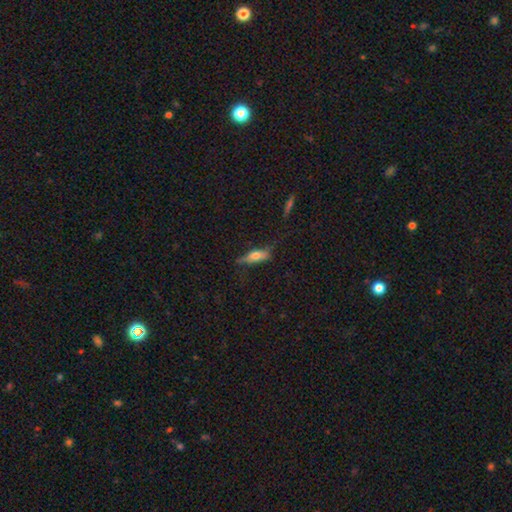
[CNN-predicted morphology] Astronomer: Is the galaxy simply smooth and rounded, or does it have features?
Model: smooth — 54% (runner-up: featured or disk, 38%).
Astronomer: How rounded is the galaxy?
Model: cigar-shaped — 49% (runner-up: in between, 48%).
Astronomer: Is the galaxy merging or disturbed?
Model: none — 62%.